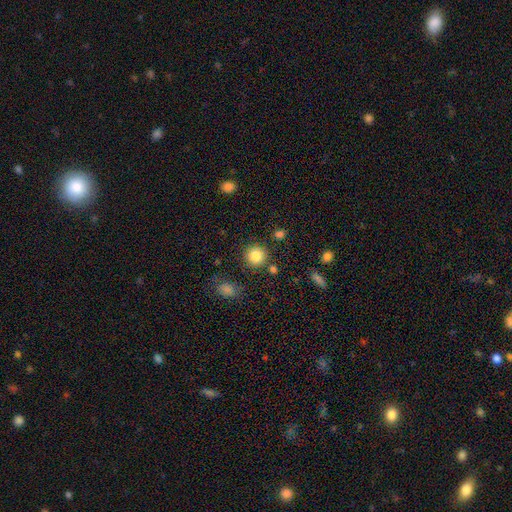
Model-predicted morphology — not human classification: Smooth or featured? smooth (84%)
How rounded? round (92%)
Merging? none (84%)